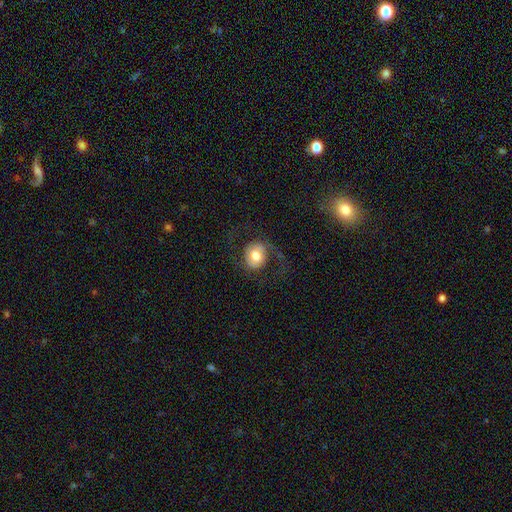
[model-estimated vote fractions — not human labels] Overall: smooth (48%; featured or disk 44%). Merging: none (66%).